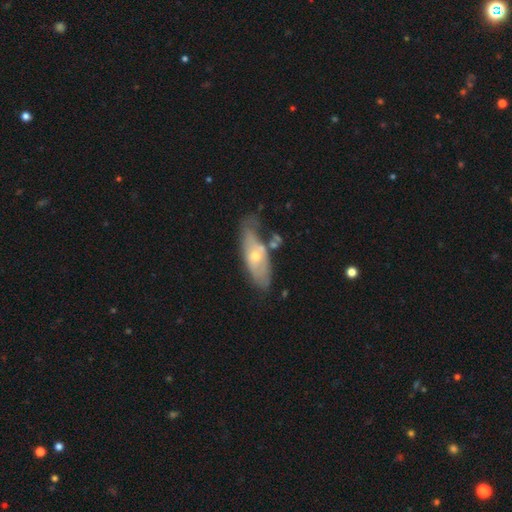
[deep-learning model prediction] Smooth or featured?
  - featured or disk: 56% *
  - smooth: 37%
  - star or artifact: 7%
Edge-on disk?
  - no: 73% *
  - yes: 27%
Merging?
  - none: 46% *
  - minor disturbance: 27%
  - major disturbance: 14%
  - merger: 13%